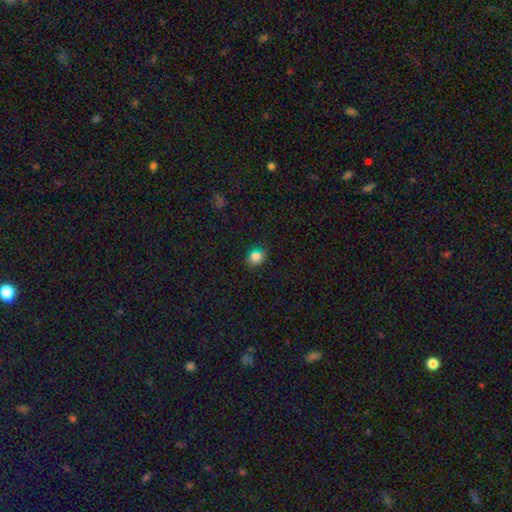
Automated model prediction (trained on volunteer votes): Smooth or featured?
  - smooth: 76% *
  - star or artifact: 19%
  - featured or disk: 5%
How rounded?
  - in between: 57% *
  - round: 41%
  - cigar-shaped: 2%
Merging?
  - none: 83% *
  - minor disturbance: 13%
  - major disturbance: 3%
  - merger: 2%